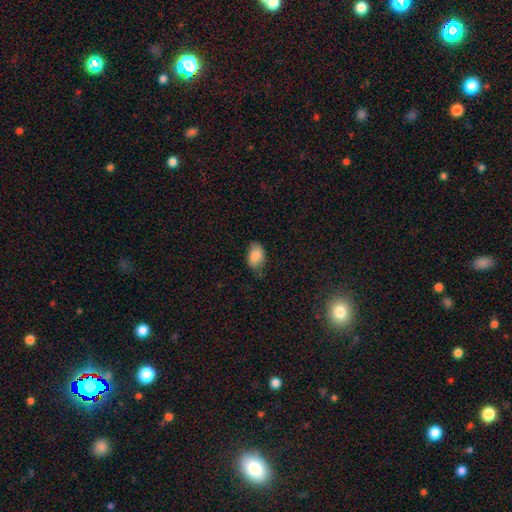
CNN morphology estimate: Q: Smooth or featured?
A: smooth (83%); runner-up: featured or disk (10%)
Q: How rounded?
A: in between (90%); runner-up: round (9%)
Q: Merging?
A: none (67%); runner-up: minor disturbance (26%)